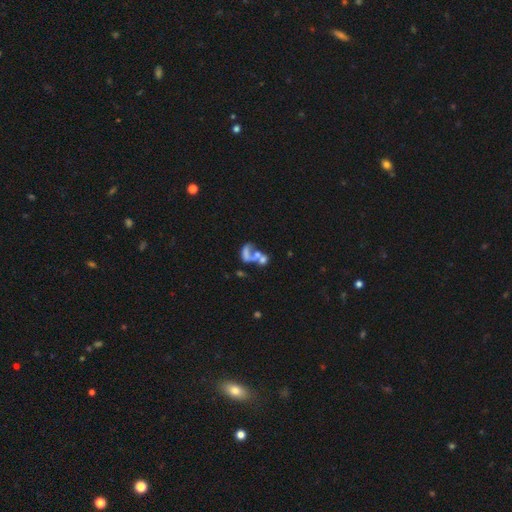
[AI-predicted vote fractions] Smooth or featured: featured or disk — 50% (smooth — 35%)
Merging: merger — 54% (major disturbance — 22%)